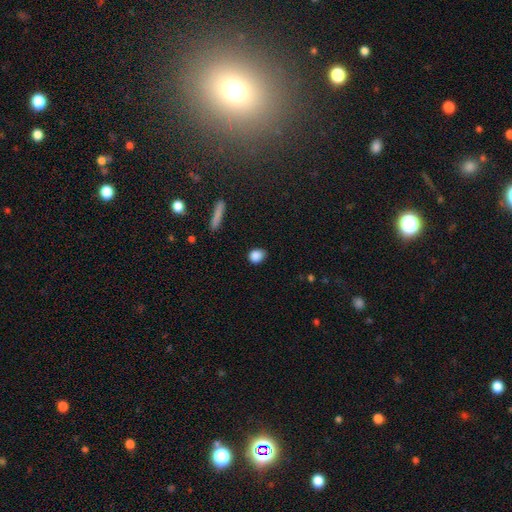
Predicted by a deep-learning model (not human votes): The model was most divided on "how rounded": round: 57%, in between: 40%, cigar-shaped: 3%. More confident: smooth or featured — smooth (87%); merging — none (80%).